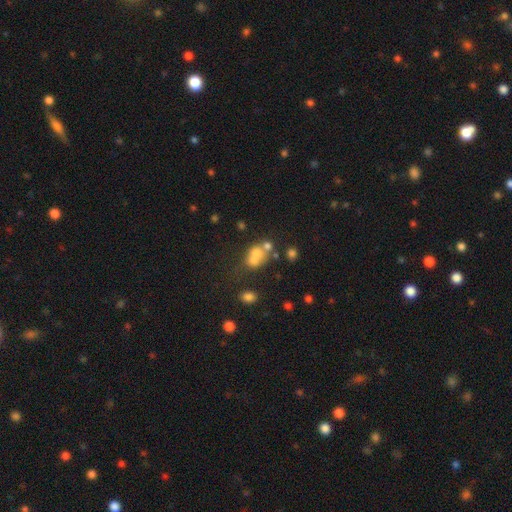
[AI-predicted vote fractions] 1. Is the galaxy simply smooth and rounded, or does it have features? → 63% smooth, 22% featured or disk, 15% star or artifact.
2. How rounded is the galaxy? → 67% in between, 31% round, 2% cigar-shaped.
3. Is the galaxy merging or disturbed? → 47% merger, 27% none, 14% minor disturbance, 12% major disturbance.